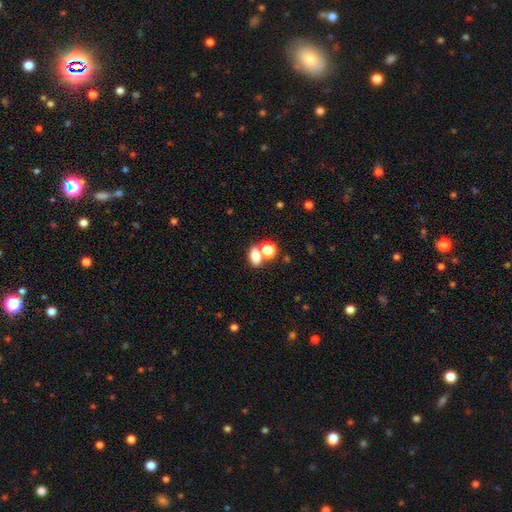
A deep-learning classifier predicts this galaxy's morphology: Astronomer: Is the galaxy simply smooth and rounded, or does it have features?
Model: smooth — 77%.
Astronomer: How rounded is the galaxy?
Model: in between — 77%.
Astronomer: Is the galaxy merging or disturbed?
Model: none — 50% (runner-up: merger, 36%).